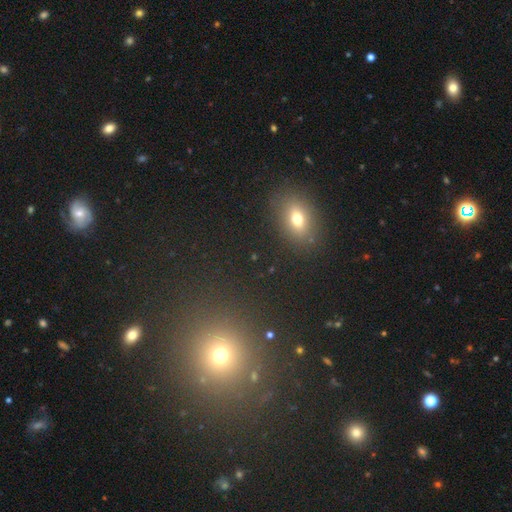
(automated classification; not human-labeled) The model was most divided on "how rounded": in between: 53%, round: 44%, cigar-shaped: 3%. More confident: merging — none (87%); smooth or featured — smooth (54%).